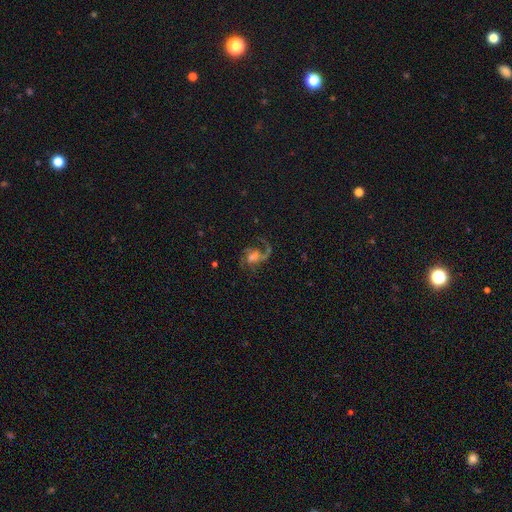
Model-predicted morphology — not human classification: smooth-or-featured: featured or disk: 81% | star or artifact: 10% | smooth: 9%
  disk-edge-on: no: 98% | yes: 2%
    bar: no: 50% | weak: 40% | strong: 10%
    has-spiral-arms: yes: 96% | no: 4%
      spiral-winding: medium: 50% | loose: 37% | tight: 13%
      spiral-arm-count: 2: 73% | 1: 9% | 3: 7% | can't tell: 6% | 4: 2% | more than 4: 2%
    bulge-size: moderate: 44% | small: 26% | large: 18% | none: 9% | dominant: 3%
  merging: none: 63% | major disturbance: 20% | minor disturbance: 15% | merger: 3%